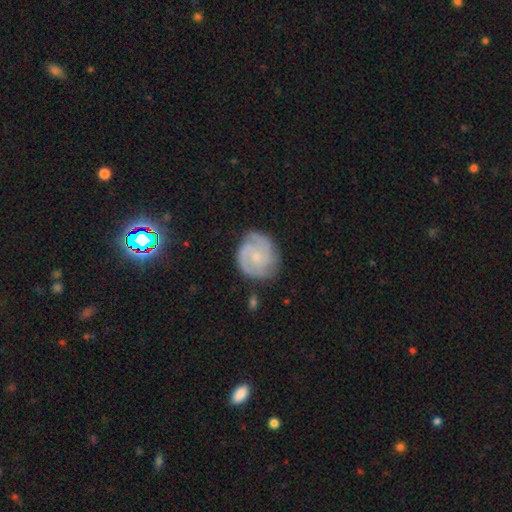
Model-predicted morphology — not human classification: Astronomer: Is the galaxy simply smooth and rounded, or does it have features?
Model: featured or disk — 79%.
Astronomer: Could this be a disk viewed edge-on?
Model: no — 98%.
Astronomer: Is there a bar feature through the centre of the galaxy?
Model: no — 66%.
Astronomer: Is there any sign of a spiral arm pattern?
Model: yes — 96%.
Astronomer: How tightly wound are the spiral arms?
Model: tight — 53% (runner-up: medium, 38%).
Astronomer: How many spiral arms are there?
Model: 2 — 42% (runner-up: 3, 31%).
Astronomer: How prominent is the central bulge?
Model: small — 63%.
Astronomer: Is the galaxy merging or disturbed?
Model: none — 77%.